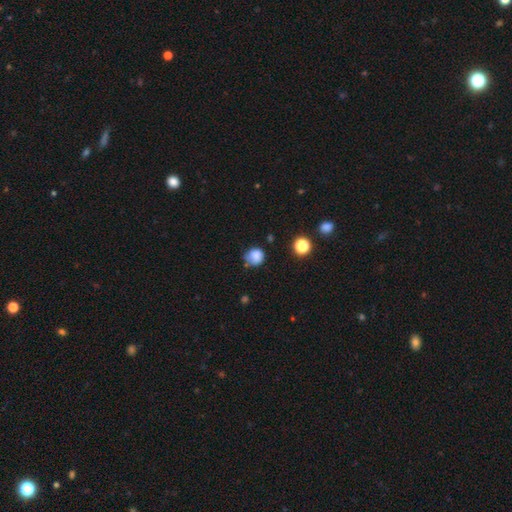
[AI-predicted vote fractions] smooth 79%, star or artifact 11%, featured or disk 10%. Down the decision tree: how rounded — round (78%); merging — none (49%).